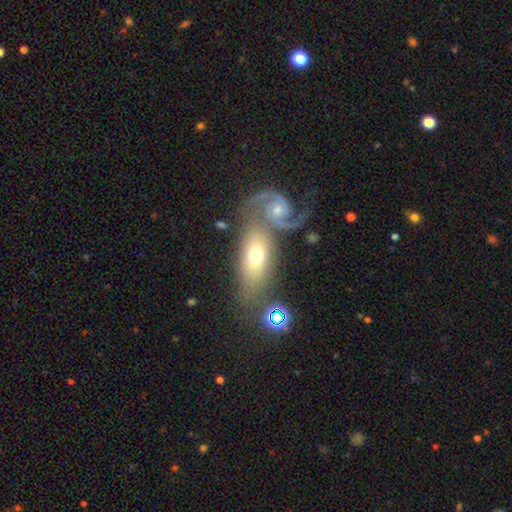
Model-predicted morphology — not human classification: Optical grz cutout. It shows a featured or disk galaxy (48%). Merging: none (44%).